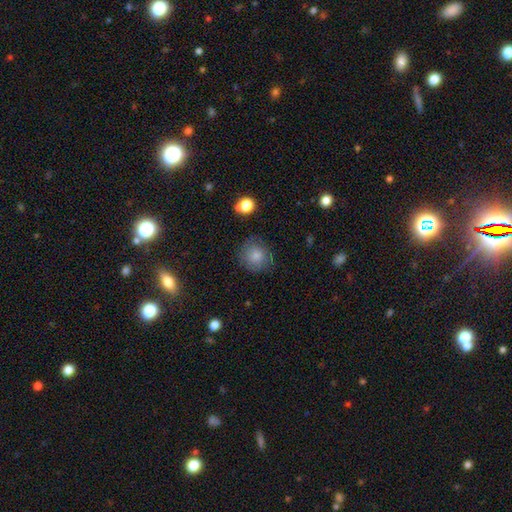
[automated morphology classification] Smooth or featured? Predicted: smooth (p=0.82). How rounded? Predicted: round (p=0.89). Merging? Predicted: none (p=0.77).